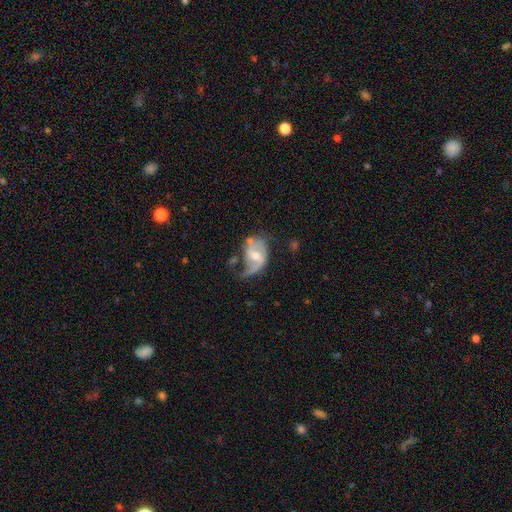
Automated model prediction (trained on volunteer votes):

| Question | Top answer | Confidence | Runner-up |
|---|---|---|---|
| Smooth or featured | featured or disk | 71% | smooth (22%) |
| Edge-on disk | no | 96% | yes (4%) |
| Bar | weak | 44% | no (42%) |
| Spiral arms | yes | 80% | no (20%) |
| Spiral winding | loose | 56% | medium (32%) |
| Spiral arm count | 2 | 54% | 1 (35%) |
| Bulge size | moderate | 66% | small (26%) |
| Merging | major disturbance | 35% | none (30%) |